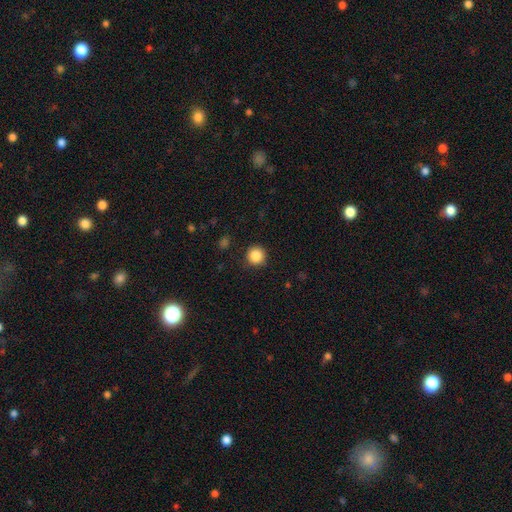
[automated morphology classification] Overall: smooth (86%). How rounded: round (95%). Merging: none (91%).